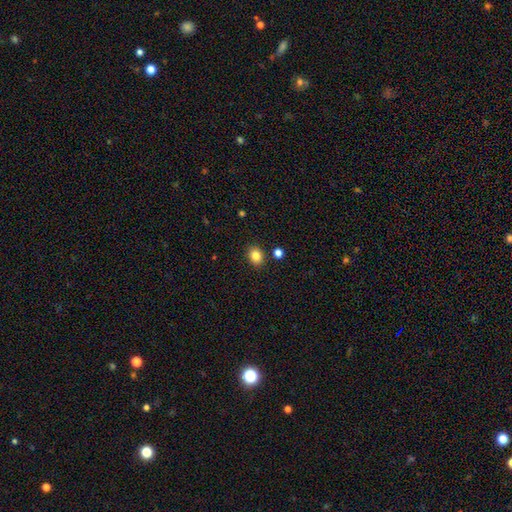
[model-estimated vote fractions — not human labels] Smooth or featured: smooth — 84% (star or artifact — 11%)
How rounded: round — 54% (in between — 45%)
Merging: none — 87% (minor disturbance — 8%)